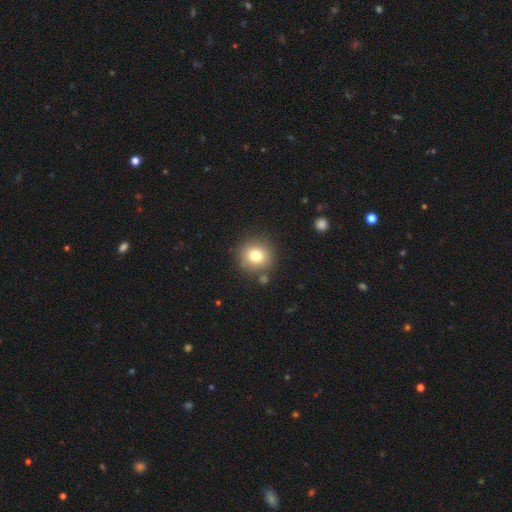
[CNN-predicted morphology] The model was most divided on "smooth or featured": smooth: 78%, star or artifact: 12%, featured or disk: 10%. More confident: how rounded — round (91%); merging — none (83%).